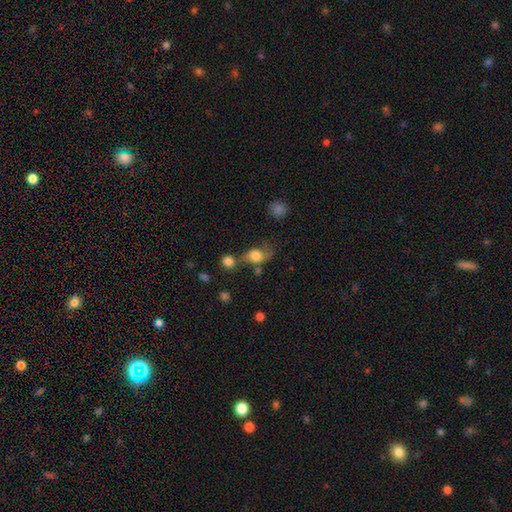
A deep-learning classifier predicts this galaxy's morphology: Smooth or featured: smooth — 69% (featured or disk — 20%)
How rounded: in between — 53% (round — 45%)
Merging: none — 37% (minor disturbance — 23%)